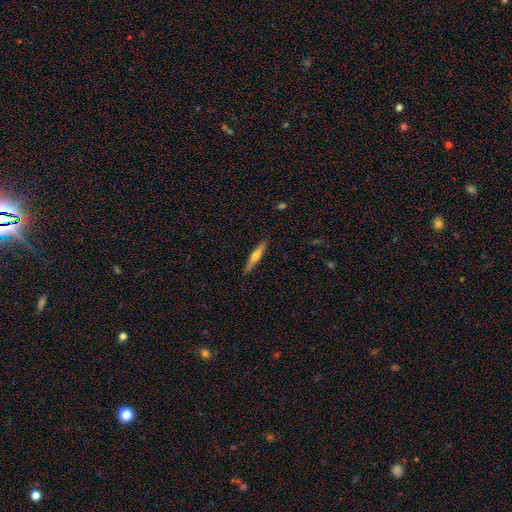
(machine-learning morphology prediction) The model was most divided on "smooth or featured": featured or disk: 48%, smooth: 47%, star or artifact: 6%. More confident: merging — none (90%).